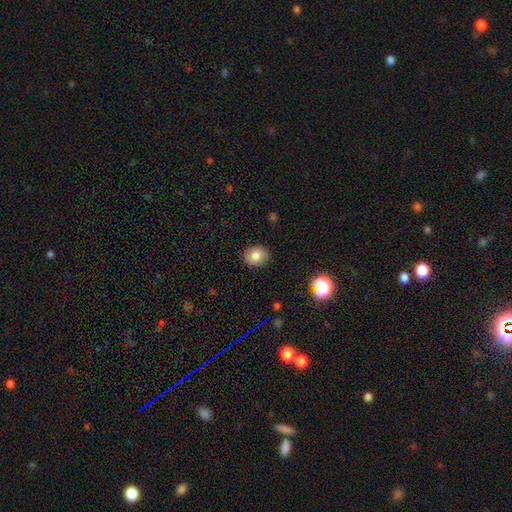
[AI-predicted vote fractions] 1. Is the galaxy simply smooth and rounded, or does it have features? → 81% smooth, 10% star or artifact, 9% featured or disk.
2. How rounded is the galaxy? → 61% round, 38% in between, 1% cigar-shaped.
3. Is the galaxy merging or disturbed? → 87% none, 10% minor disturbance, 2% major disturbance, 1% merger.